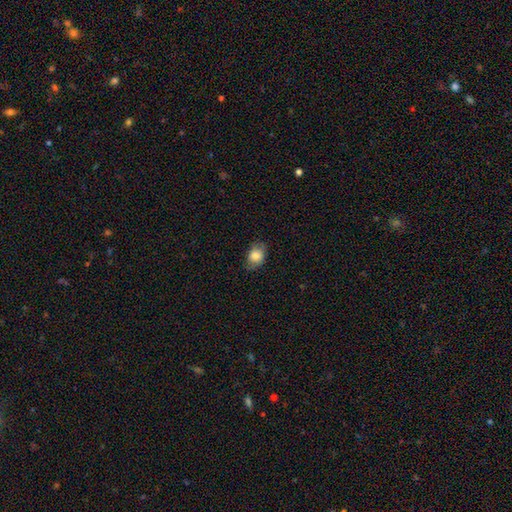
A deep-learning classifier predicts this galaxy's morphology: smooth 80%, featured or disk 12%, star or artifact 8%. Down the decision tree: how rounded — in between (68%); merging — none (72%).